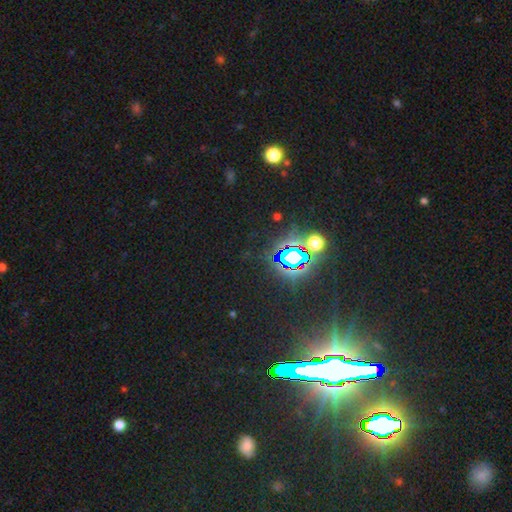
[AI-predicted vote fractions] This is clearly a star or artifact rather than a galaxy (84%).